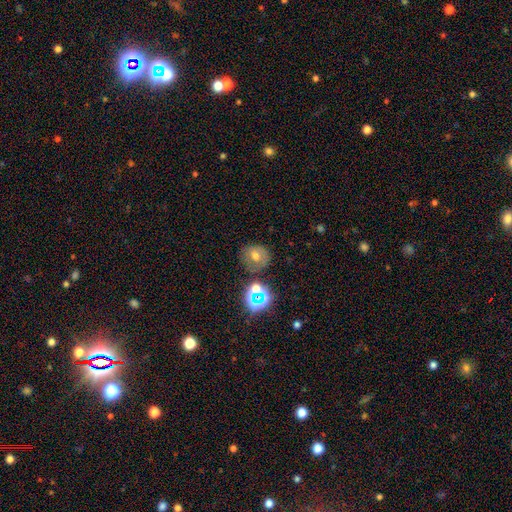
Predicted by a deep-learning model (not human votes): smooth-or-featured: smooth: 51% | star or artifact: 25% | featured or disk: 24%
  how-rounded: round: 77% | in between: 22% | cigar-shaped: 1%
  merging: none: 72% | minor disturbance: 14% | merger: 9% | major disturbance: 5%